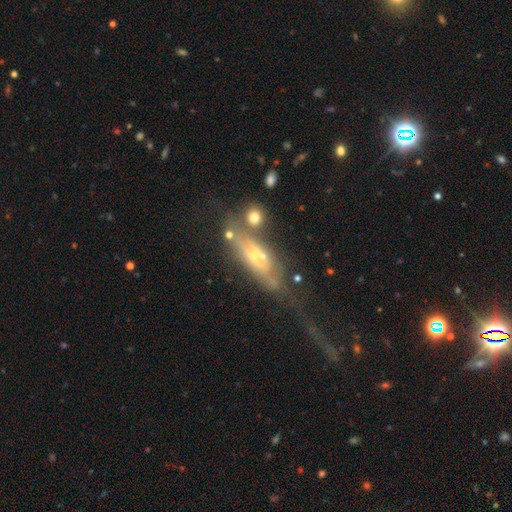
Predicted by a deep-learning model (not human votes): This appears to be a featured or disk galaxy (62%) with not edge-on (50%, tied with yes). Merging: none (37%).